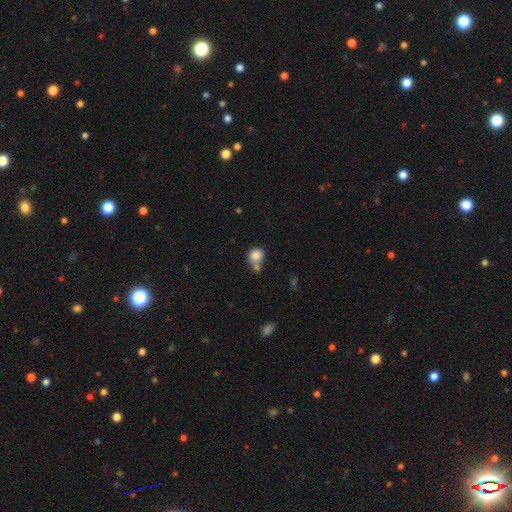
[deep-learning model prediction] Smooth or featured? Predicted: smooth (p=0.84). How rounded? Predicted: round (p=0.80). Merging? Predicted: none (p=0.46).